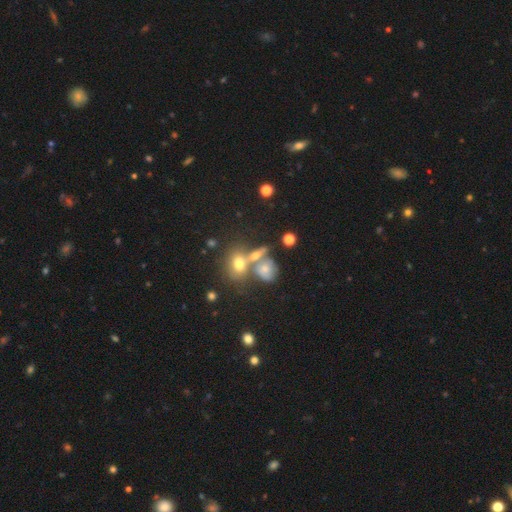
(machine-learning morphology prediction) Q: Smooth or featured?
A: smooth (56%); runner-up: featured or disk (28%)
Q: How rounded?
A: in between (57%); runner-up: round (32%)
Q: Merging?
A: merger (43%); runner-up: none (39%)